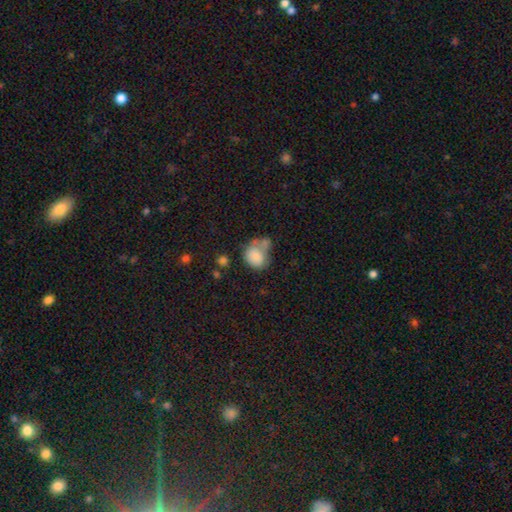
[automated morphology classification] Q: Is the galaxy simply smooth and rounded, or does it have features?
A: smooth — 77%.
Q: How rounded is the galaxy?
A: round — 50%.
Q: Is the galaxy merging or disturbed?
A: merger — 33%.